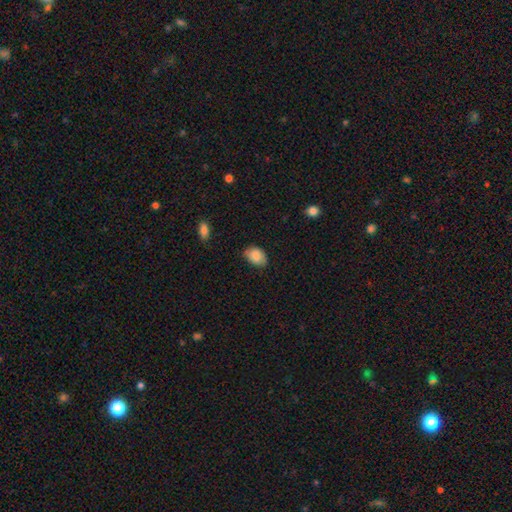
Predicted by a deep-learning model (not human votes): The model was most divided on "merging": none: 71%, minor disturbance: 24%, major disturbance: 4%, merger: 1%. More confident: smooth or featured — smooth (87%); how rounded — in between (80%).